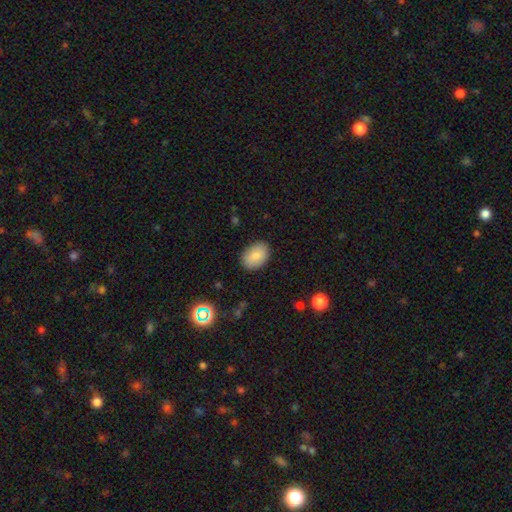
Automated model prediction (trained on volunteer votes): Q: Smooth or featured?
A: smooth (84%); runner-up: featured or disk (8%)
Q: How rounded?
A: in between (83%); runner-up: round (16%)
Q: Merging?
A: none (87%); runner-up: minor disturbance (10%)